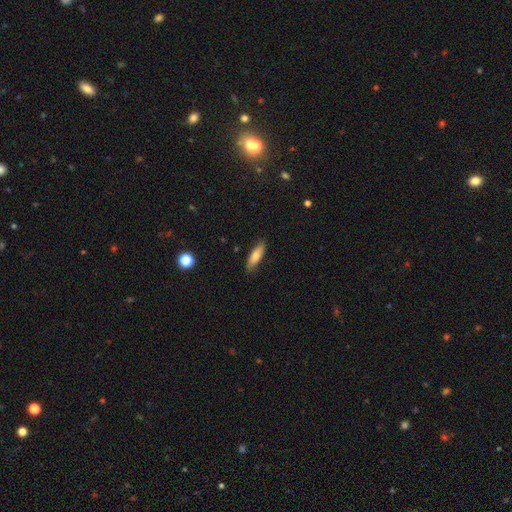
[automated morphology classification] Smooth or featured: smooth — 79% (featured or disk — 15%)
How rounded: cigar-shaped — 52% (in between — 46%)
Merging: none — 85% (minor disturbance — 12%)